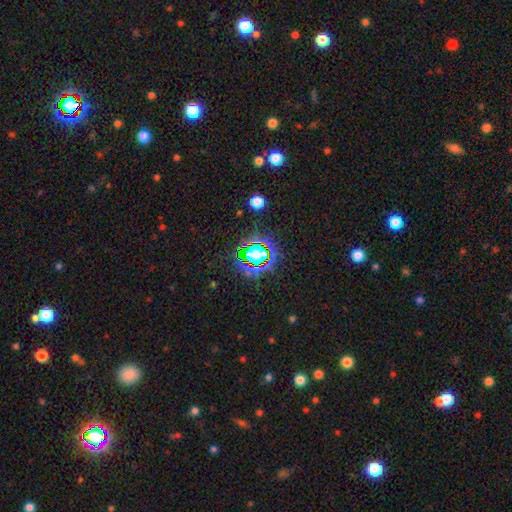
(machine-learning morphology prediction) The model was most divided on "smooth or featured": star or artifact: 66%, smooth: 22%, featured or disk: 12%.